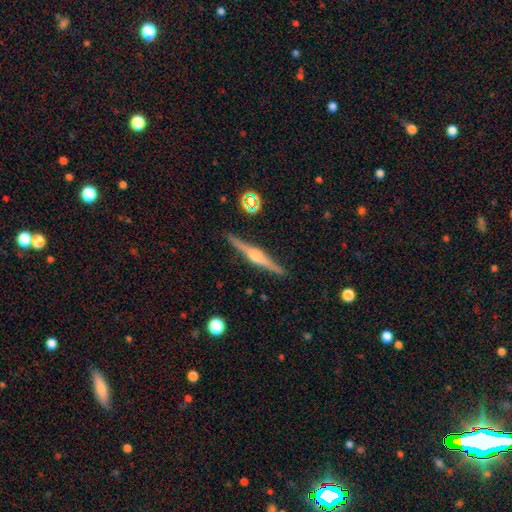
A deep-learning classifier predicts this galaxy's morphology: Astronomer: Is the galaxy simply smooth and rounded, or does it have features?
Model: featured or disk — 82%.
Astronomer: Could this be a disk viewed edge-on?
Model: yes — 98%.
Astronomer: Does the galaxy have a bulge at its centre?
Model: rounded — 91%.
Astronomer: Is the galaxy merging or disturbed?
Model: none — 91%.